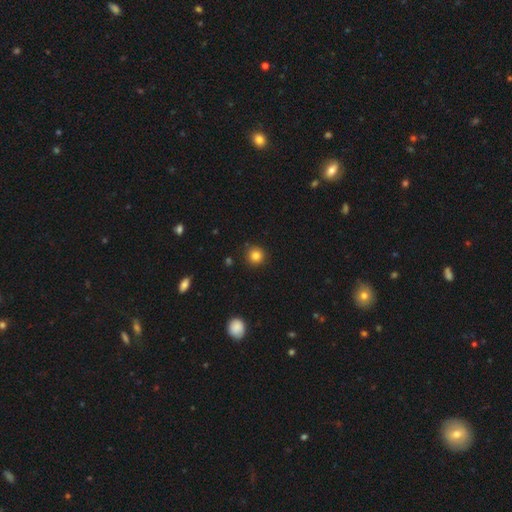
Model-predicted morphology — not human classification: This appears to be a smooth galaxy with no disk features (84%) that is round (94%). Merging: none (90%).